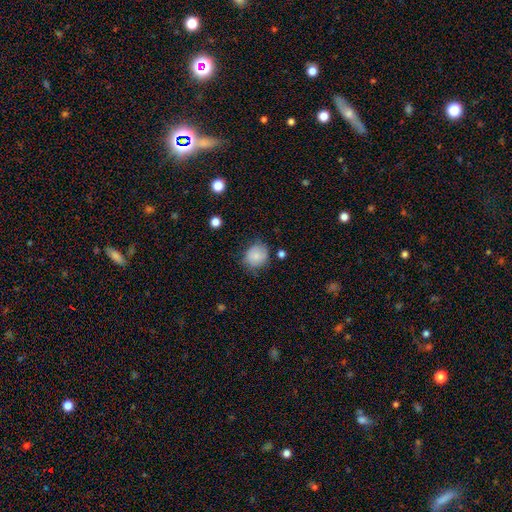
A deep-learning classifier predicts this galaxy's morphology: The model was most divided on "merging": none: 71%, minor disturbance: 22%, major disturbance: 5%, merger: 2%. More confident: smooth or featured — smooth (83%); how rounded — round (75%).